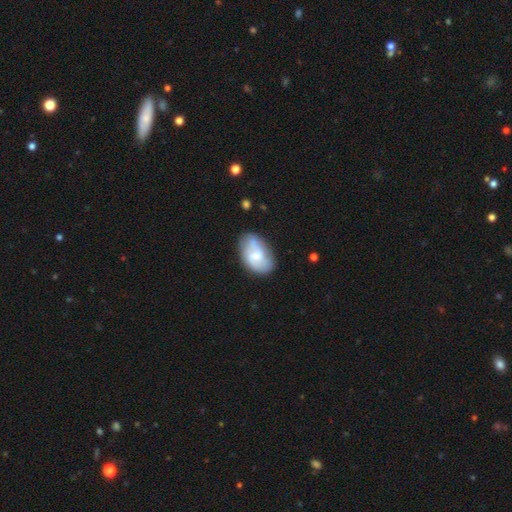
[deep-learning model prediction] Smooth or featured?
  - smooth: 52% *
  - featured or disk: 41%
  - star or artifact: 7%
How rounded?
  - in between: 90% *
  - round: 9%
  - cigar-shaped: 1%
Merging?
  - none: 61% *
  - minor disturbance: 25%
  - major disturbance: 8%
  - merger: 7%